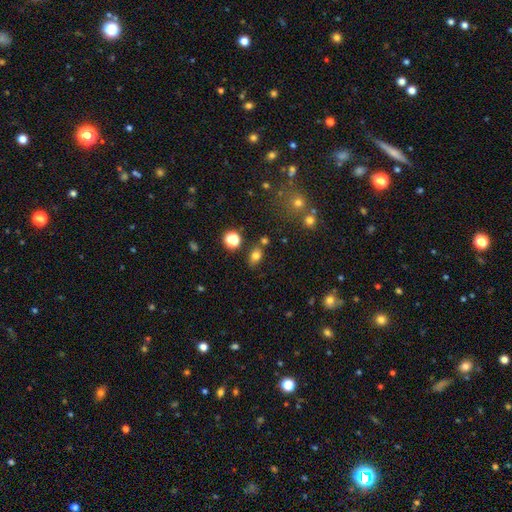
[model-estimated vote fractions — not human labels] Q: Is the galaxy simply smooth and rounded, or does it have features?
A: smooth — 75%.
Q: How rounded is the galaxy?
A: in between — 71%.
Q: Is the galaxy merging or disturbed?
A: none — 74%.